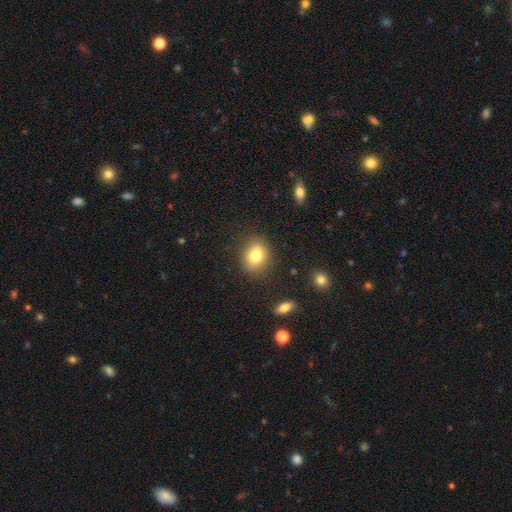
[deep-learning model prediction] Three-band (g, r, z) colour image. It shows a smooth galaxy with no disk features (78%) that is round (50%). Merging: none (83%).